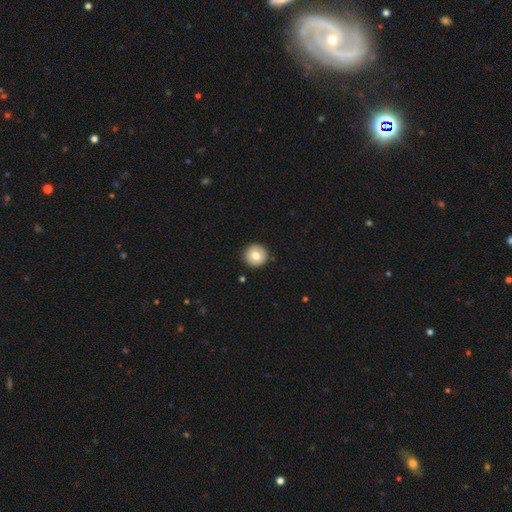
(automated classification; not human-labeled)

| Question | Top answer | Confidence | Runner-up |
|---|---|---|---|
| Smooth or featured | smooth | 76% | featured or disk (16%) |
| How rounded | round | 94% | in between (5%) |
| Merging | none | 91% | minor disturbance (6%) |